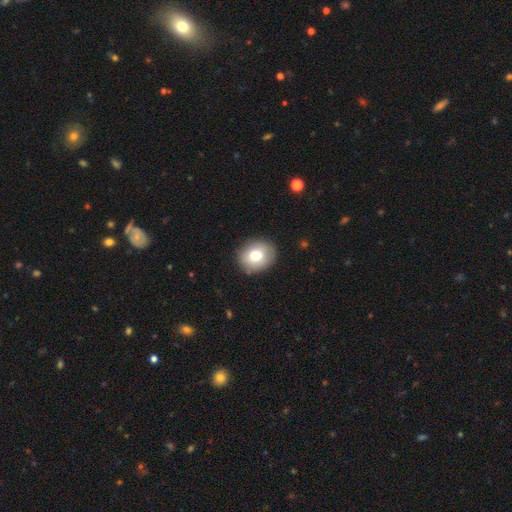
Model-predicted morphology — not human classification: Smooth or featured: smooth — 76% (featured or disk — 15%)
How rounded: round — 62% (in between — 37%)
Merging: none — 86% (minor disturbance — 10%)